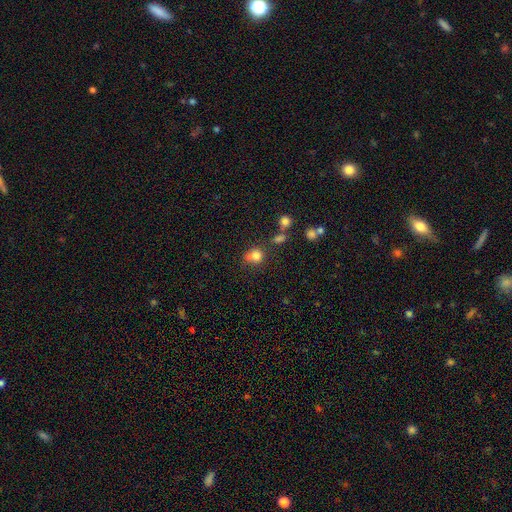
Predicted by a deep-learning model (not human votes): Q: Smooth or featured?
A: smooth (79%); runner-up: star or artifact (13%)
Q: How rounded?
A: round (75%); runner-up: in between (24%)
Q: Merging?
A: none (52%); runner-up: minor disturbance (21%)